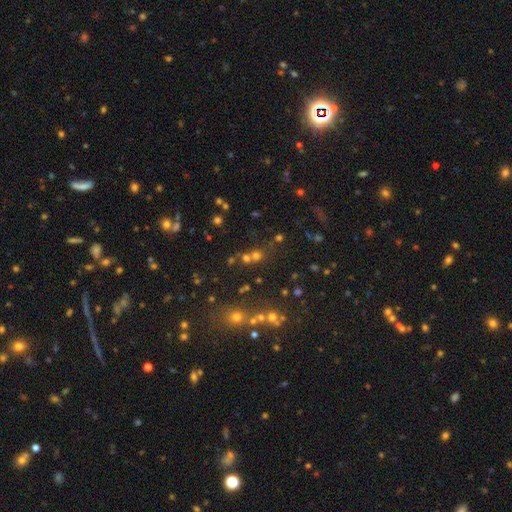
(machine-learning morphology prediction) smooth-or-featured: smooth: 49% | star or artifact: 41% | featured or disk: 10%
  merging: none: 63% | merger: 24% | minor disturbance: 9% | major disturbance: 5%